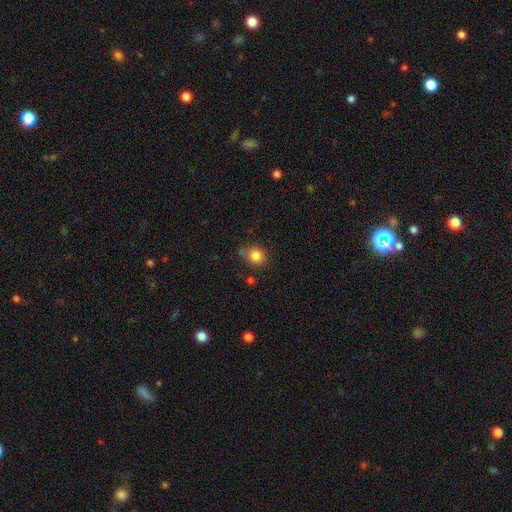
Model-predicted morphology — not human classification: The model was most divided on "merging": none: 71%, minor disturbance: 17%, merger: 8%, major disturbance: 5%. More confident: smooth or featured — smooth (84%); how rounded — round (77%).